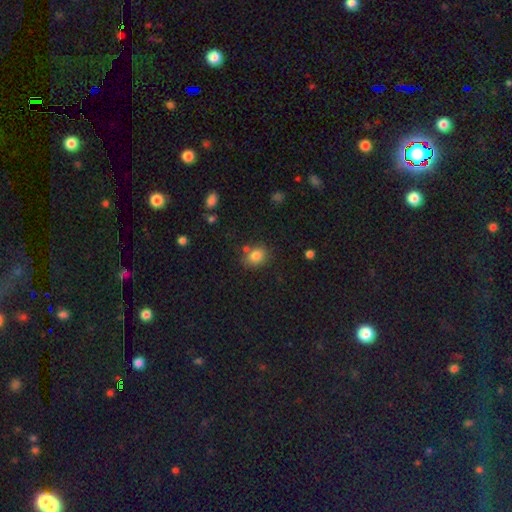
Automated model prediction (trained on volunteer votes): Smooth or featured? smooth (82%)
How rounded? round (54%)
Merging? none (73%)